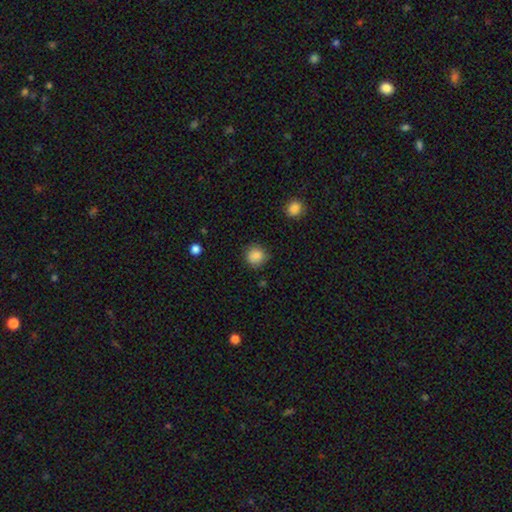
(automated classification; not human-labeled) This is clearly a smooth galaxy (86%). How rounded: clearly round (88%). Merging: clearly none (83%).